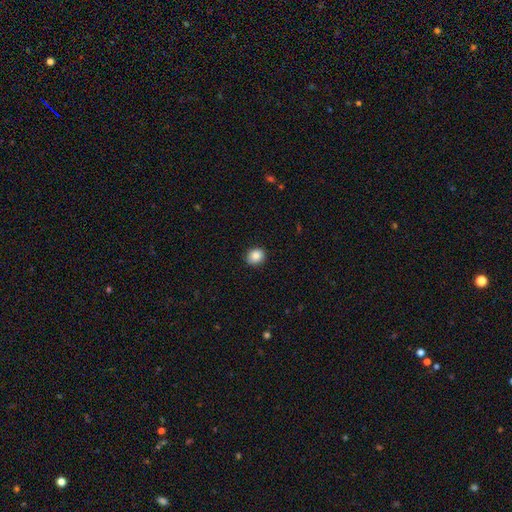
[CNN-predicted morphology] type=smooth (87%); roundness=round (68%); merging=none (88%).